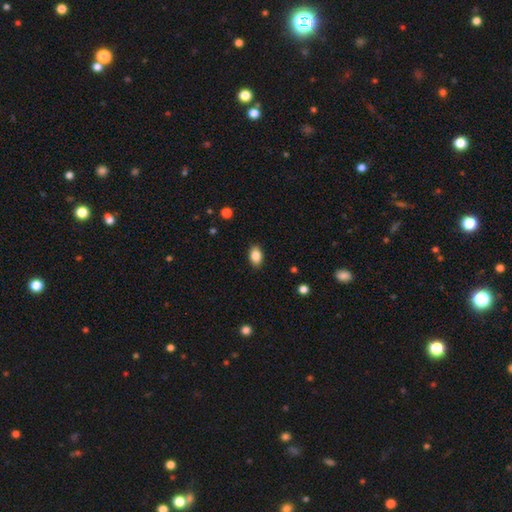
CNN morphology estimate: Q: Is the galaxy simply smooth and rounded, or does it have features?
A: smooth — 86%.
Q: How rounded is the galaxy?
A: in between — 88%.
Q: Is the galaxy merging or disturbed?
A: none — 88%.